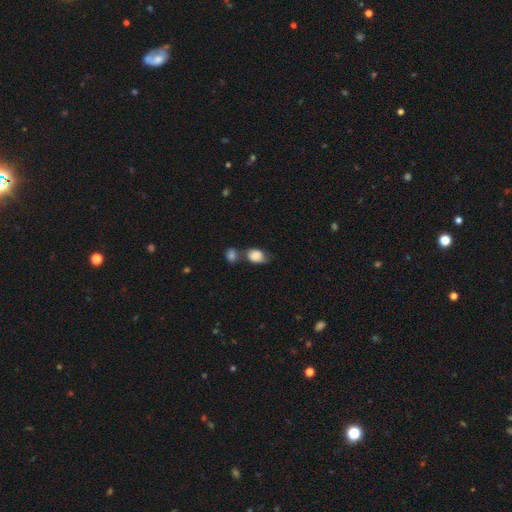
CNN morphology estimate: A smooth galaxy with no disk features (81%) that is in between round and cigar-shaped (74%). Merging: merger (36%).